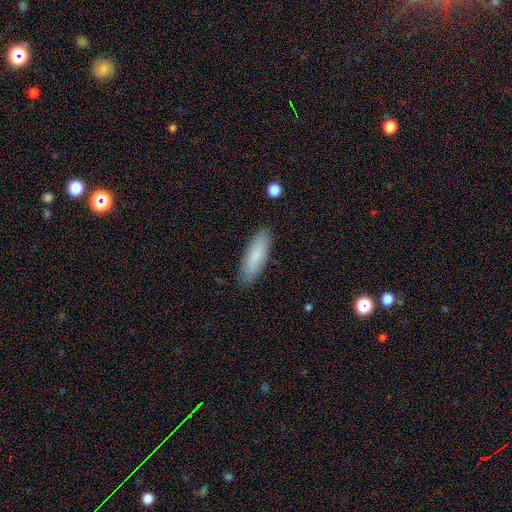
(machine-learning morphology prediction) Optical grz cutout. It shows a smooth galaxy with no disk features (82%) that is in between round and cigar-shaped (51%). Merging: none (87%).